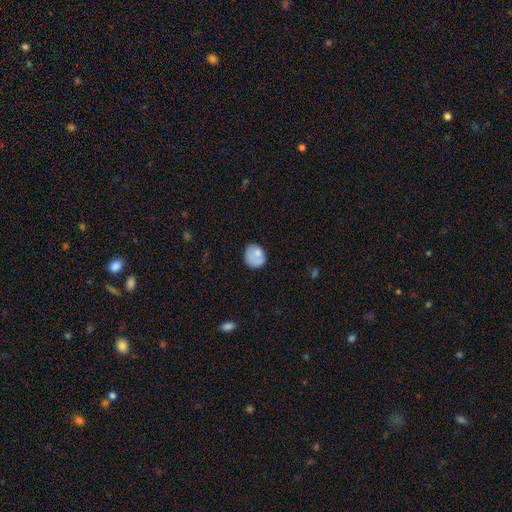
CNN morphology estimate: Smooth or featured: smooth — 74% (featured or disk — 18%)
How rounded: round — 65% (in between — 34%)
Merging: none — 57% (minor disturbance — 25%)